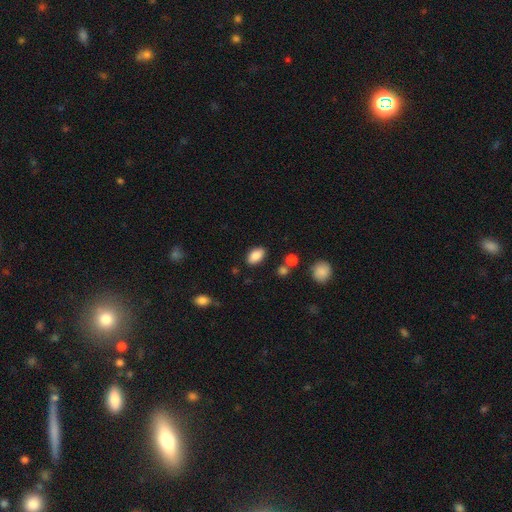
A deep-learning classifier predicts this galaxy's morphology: A smooth galaxy with no disk features (87%) that is in between round and cigar-shaped (91%). Merging: none (84%).